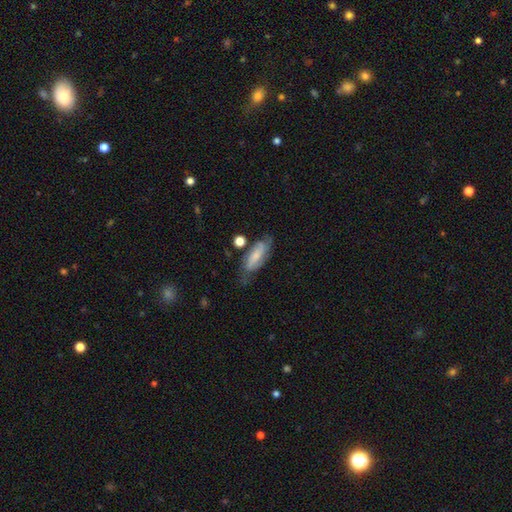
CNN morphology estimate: type=featured or disk (50%); merging=none (56%).